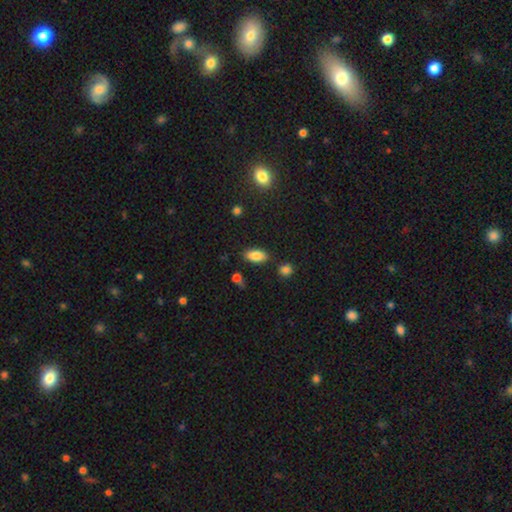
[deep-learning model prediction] This appears to be a smooth galaxy with no disk features (84%) that is in between round and cigar-shaped (90%). Merging: none (82%).